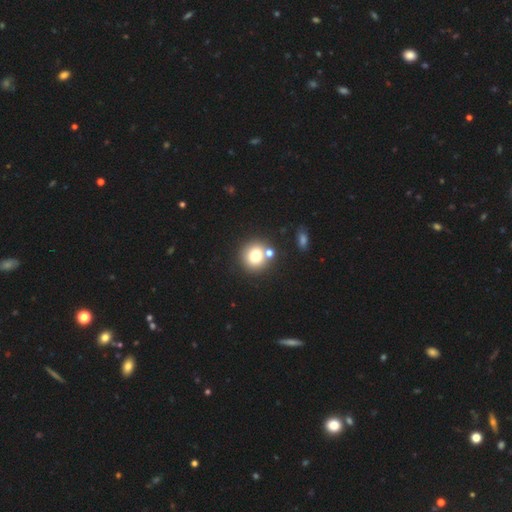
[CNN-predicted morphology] The model was most divided on "merging": none: 71%, merger: 18%, minor disturbance: 8%, major disturbance: 3%. More confident: how rounded — round (91%); smooth or featured — smooth (76%).